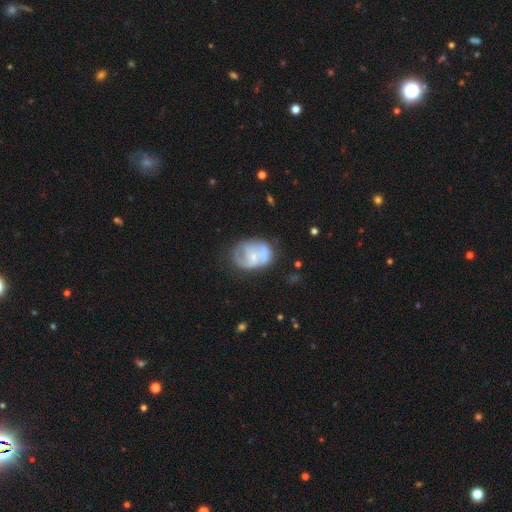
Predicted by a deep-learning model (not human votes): Smooth or featured? featured or disk (62%)
Edge-on disk? no (97%)
Bar? no (71%)
Spiral arms? yes (63%)
Bulge size? small (64%)
Merging? none (46%)